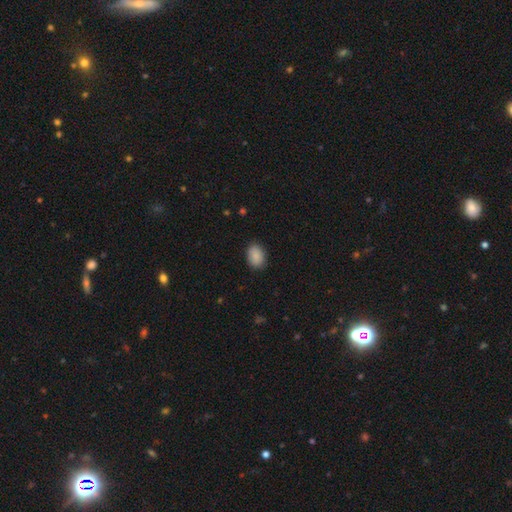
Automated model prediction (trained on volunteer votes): smooth 89%, star or artifact 7%, featured or disk 4%. Down the decision tree: how rounded — in between (81%); merging — none (85%).